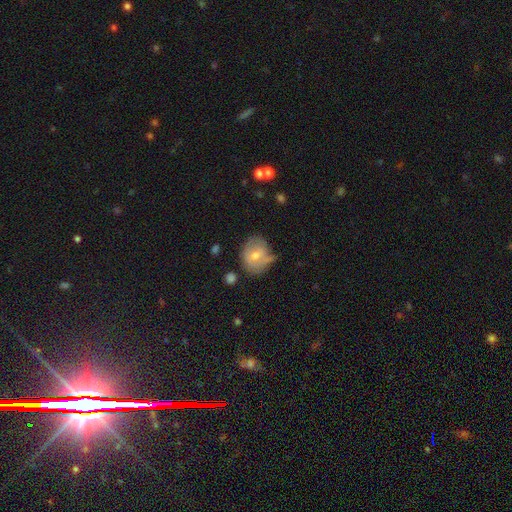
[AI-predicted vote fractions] This appears to be a smooth galaxy with no disk features (56%) that is round (57%). Merging: none (48%).